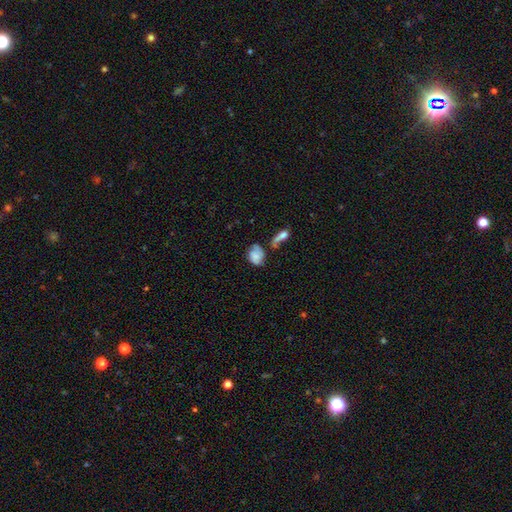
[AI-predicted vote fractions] A smooth galaxy with no disk features (70%) that is in between round and cigar-shaped (56%). Merging: none (37%).